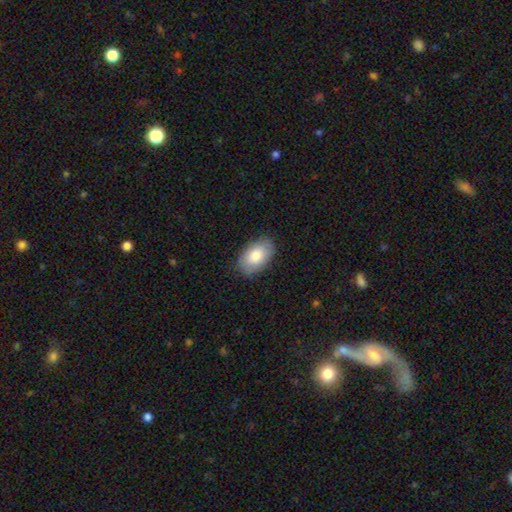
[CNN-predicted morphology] smooth_or_featured: smooth (p=0.84) [alt: featured or disk p=0.10]
how_rounded: in between (p=0.93) [alt: round p=0.06]
merging: none (p=0.85) [alt: minor disturbance p=0.11]